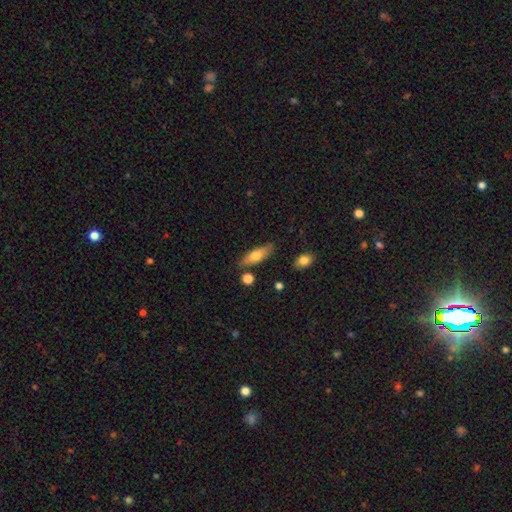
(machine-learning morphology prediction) The model was most divided on "how rounded": in between: 57%, cigar-shaped: 40%, round: 3%. More confident: merging — none (80%); smooth or featured — smooth (64%).